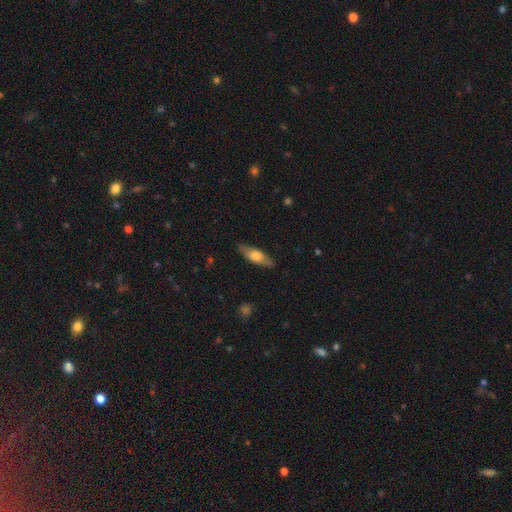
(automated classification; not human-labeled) This is likely a smooth galaxy (61%). How rounded: likely in between (61%). Merging: clearly none (83%).